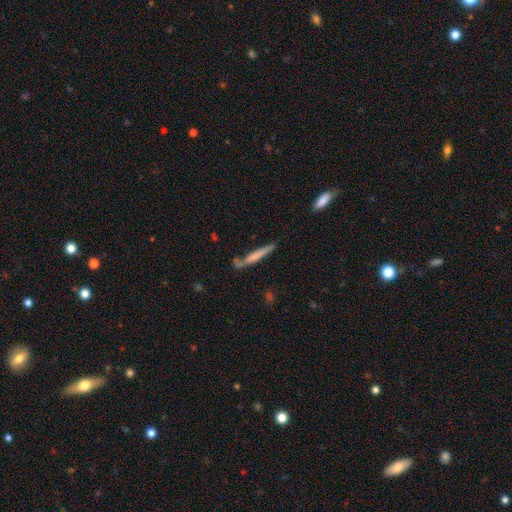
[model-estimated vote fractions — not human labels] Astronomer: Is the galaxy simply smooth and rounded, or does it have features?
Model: smooth — 56% (runner-up: featured or disk, 38%).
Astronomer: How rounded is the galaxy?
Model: cigar-shaped — 95%.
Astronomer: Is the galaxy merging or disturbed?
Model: none — 67%.